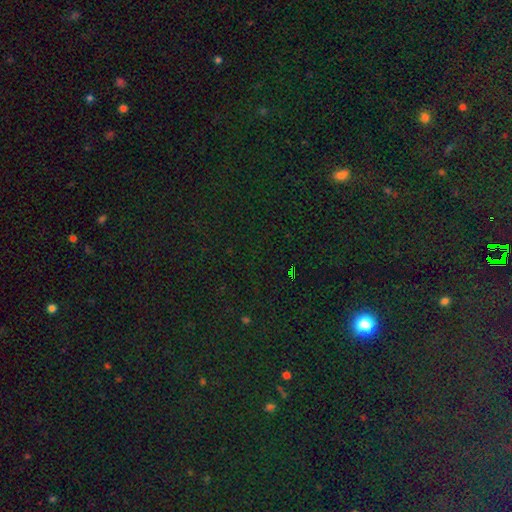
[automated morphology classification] star or artifact 77%, smooth 16%, featured or disk 7%.